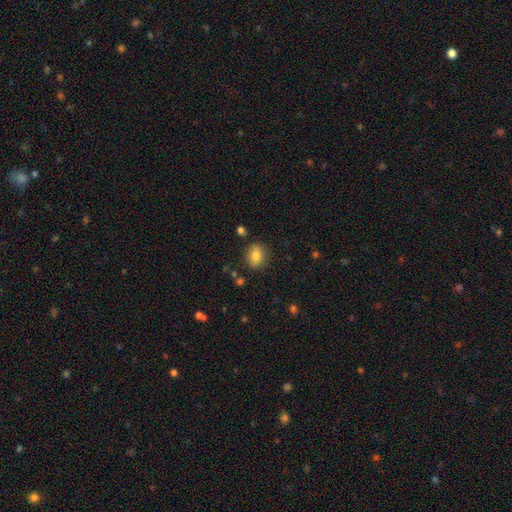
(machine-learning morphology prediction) The model was most divided on "how rounded": in between: 53%, round: 46%, cigar-shaped: 1%. More confident: merging — none (85%); smooth or featured — smooth (81%).